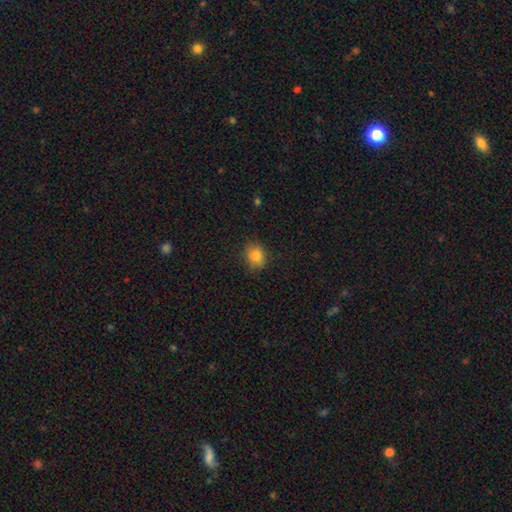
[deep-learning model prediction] Smooth or featured: smooth — 82% (star or artifact — 11%)
How rounded: round — 55% (in between — 44%)
Merging: none — 82% (minor disturbance — 14%)